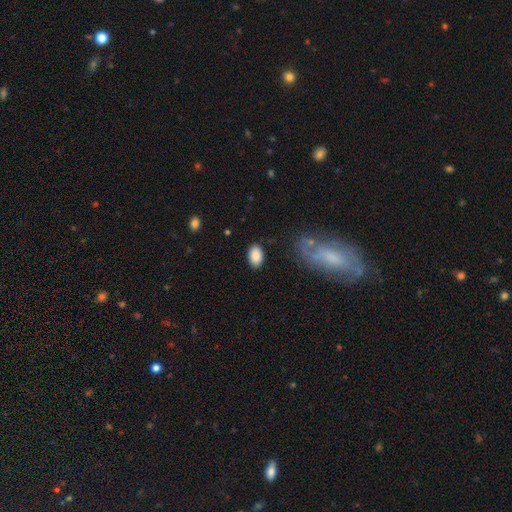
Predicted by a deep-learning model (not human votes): smooth_or_featured: smooth (p=0.88) [alt: star or artifact p=0.07]
how_rounded: in between (p=0.91) [alt: round p=0.07]
merging: none (p=0.83) [alt: minor disturbance p=0.11]